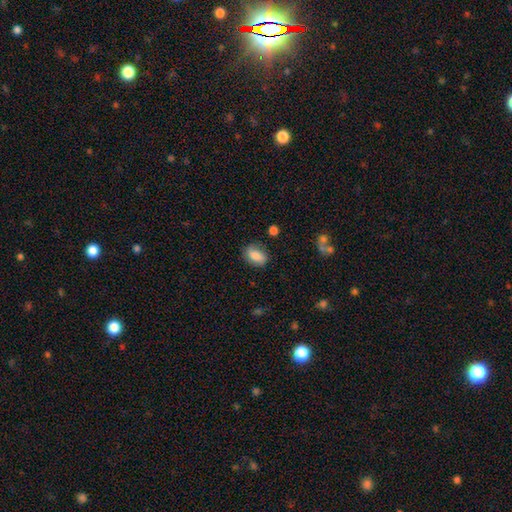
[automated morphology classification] type=smooth (81%); roundness=in between (82%); merging=none (78%).